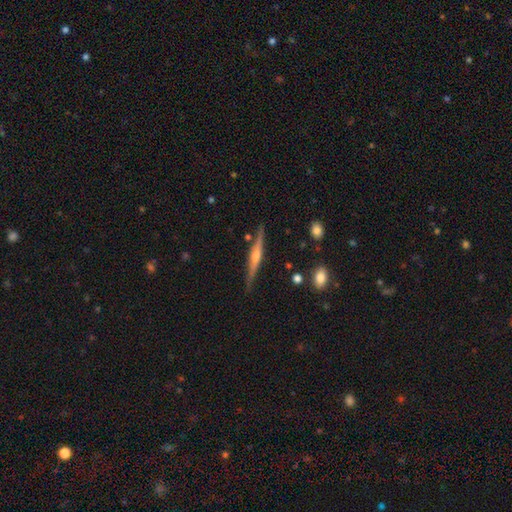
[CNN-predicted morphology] A featured or disk galaxy (78%) viewed edge-on (98%) with a rounded central bulge (85%).

Vote fractions:
- Smooth or featured? featured or disk: 78% / smooth: 16% / star or artifact: 6%
- Edge-on disk? yes: 98% / no: 2%
- Edge-on bulge? rounded: 85% / boxy: 8% / none: 6%
- Merging? none: 86% / minor disturbance: 11% / major disturbance: 2% / merger: 2%